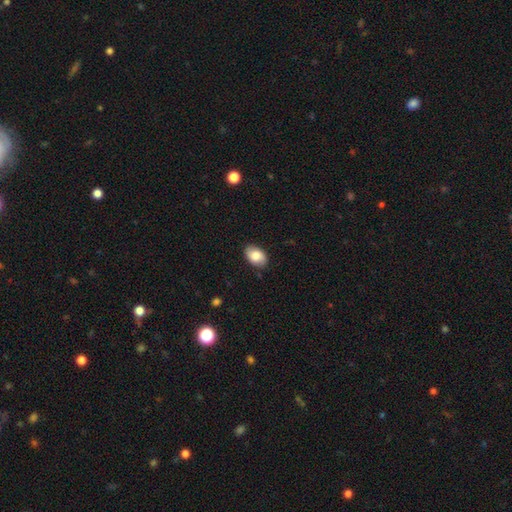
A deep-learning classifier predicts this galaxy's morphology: This appears to be a smooth galaxy with no disk features (78%) that is in between round and cigar-shaped (88%). Merging: none (84%).